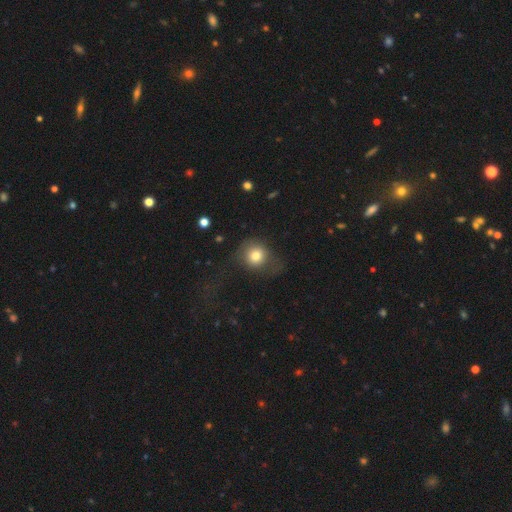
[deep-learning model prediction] This is likely a smooth galaxy (77%). How rounded: clearly round (81%). Merging: possibly none (47%).